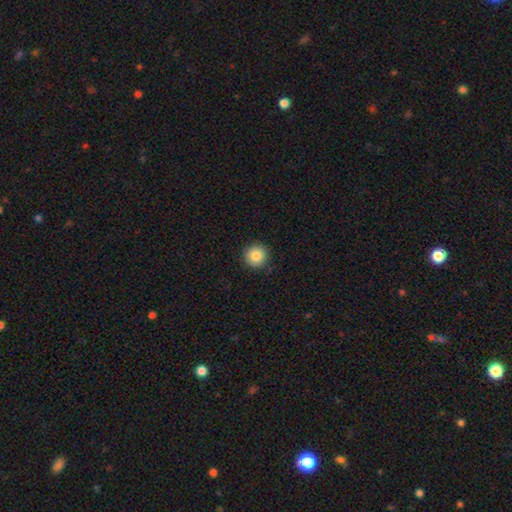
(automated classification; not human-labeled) This appears to be a smooth galaxy with no disk features (85%) that is round (95%). Merging: none (90%).